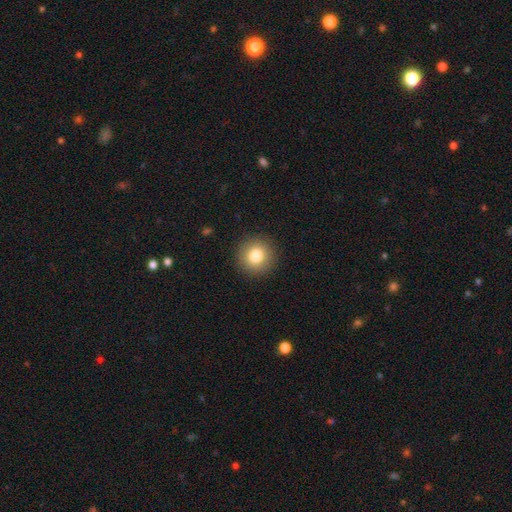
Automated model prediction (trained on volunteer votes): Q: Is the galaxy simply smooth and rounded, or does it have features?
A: smooth — 81%.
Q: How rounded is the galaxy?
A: round — 93%.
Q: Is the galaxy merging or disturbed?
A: none — 91%.